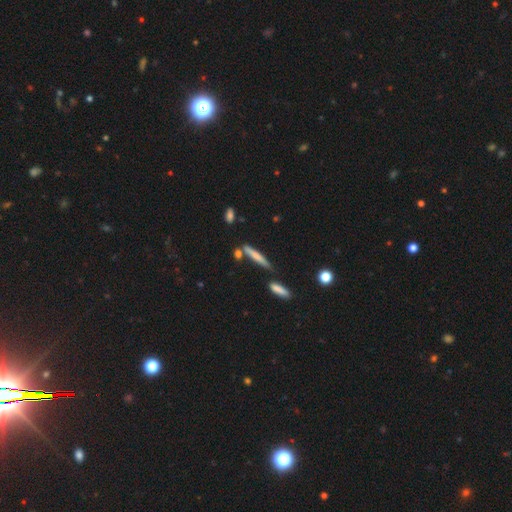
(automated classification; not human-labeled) Smooth or featured? smooth (61%)
How rounded? cigar-shaped (91%)
Merging? none (69%)